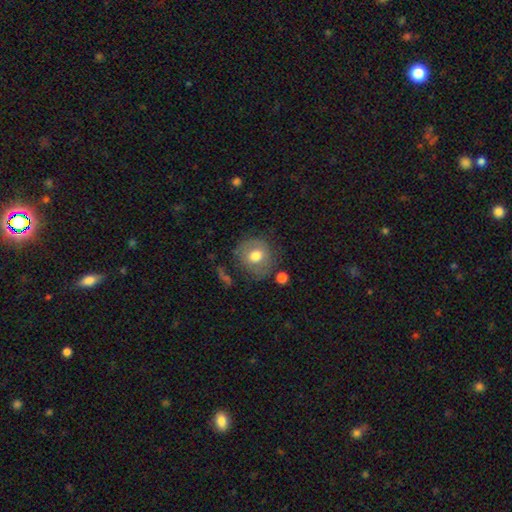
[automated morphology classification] type=smooth (69%); roundness=round (84%); merging=none (72%).